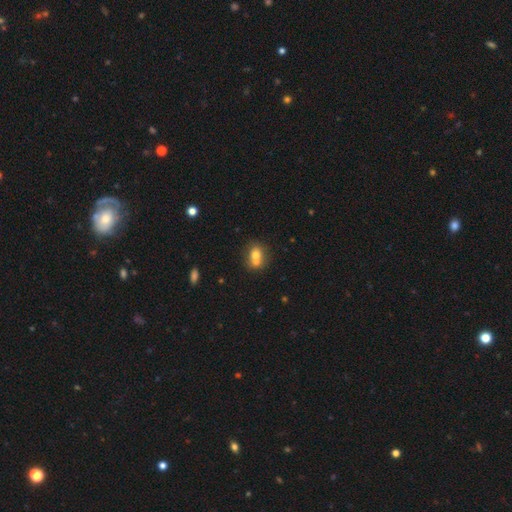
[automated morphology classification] This appears to be a smooth galaxy with no disk features (68%) that is round (58%). Merging: merger (55%).